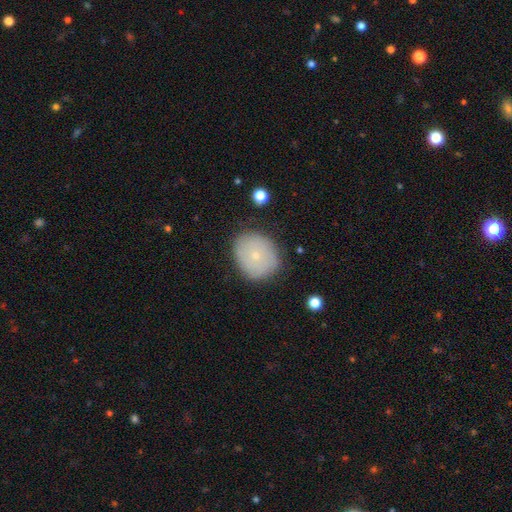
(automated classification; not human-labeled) Smooth or featured: smooth — 61% (featured or disk — 31%)
How rounded: round — 65% (in between — 34%)
Merging: none — 78% (minor disturbance — 16%)